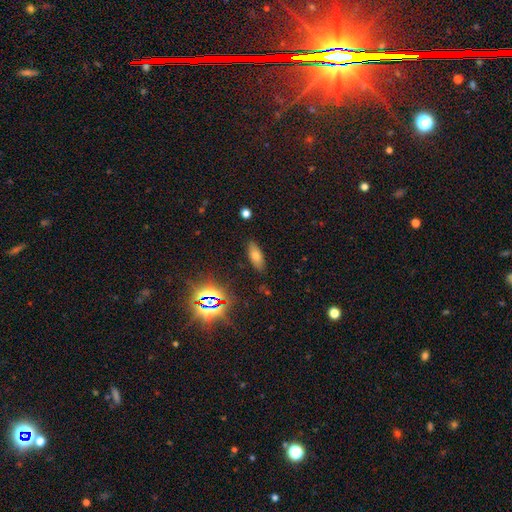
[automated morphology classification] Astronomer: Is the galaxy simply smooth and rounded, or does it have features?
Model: smooth — 58%.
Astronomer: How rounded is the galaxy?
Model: in between — 77%.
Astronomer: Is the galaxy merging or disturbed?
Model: none — 87%.